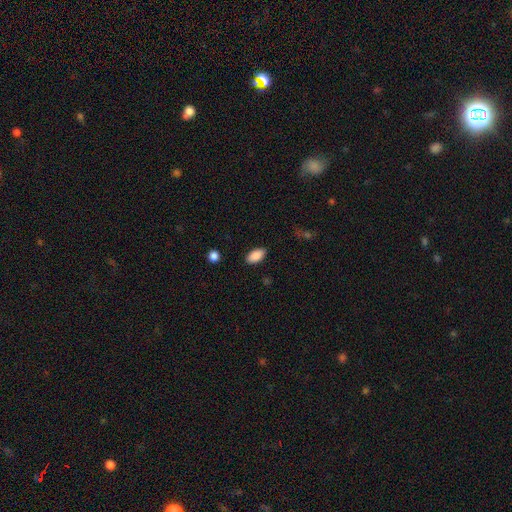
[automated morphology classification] type=smooth (89%); roundness=in between (94%); merging=none (87%).